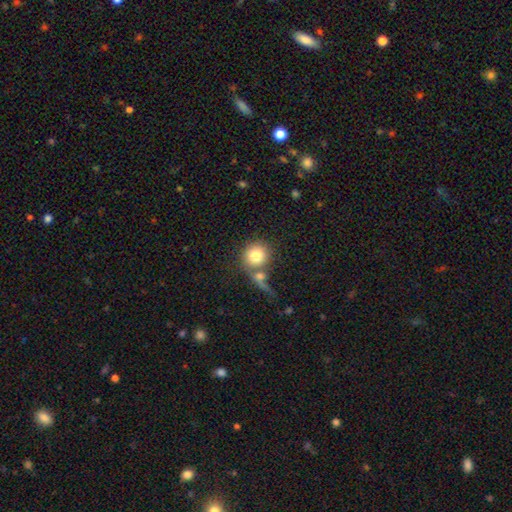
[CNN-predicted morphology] The model was most divided on "merging": none: 49%, merger: 34%, minor disturbance: 9%, major disturbance: 7%. More confident: how rounded — round (90%); smooth or featured — smooth (79%).